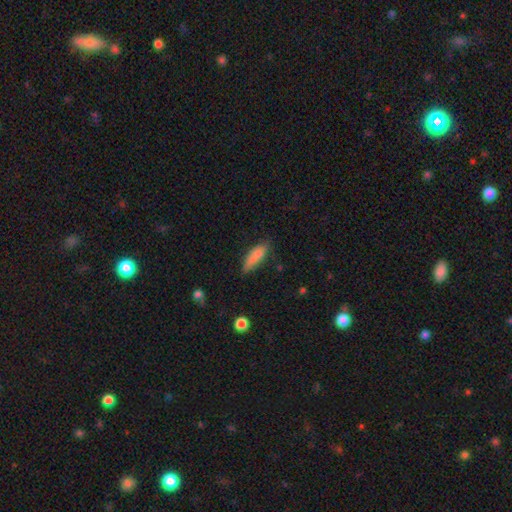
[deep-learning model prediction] Smooth or featured? Predicted: smooth (p=0.78). How rounded? Predicted: in between (p=0.59). Merging? Predicted: none (p=0.55).